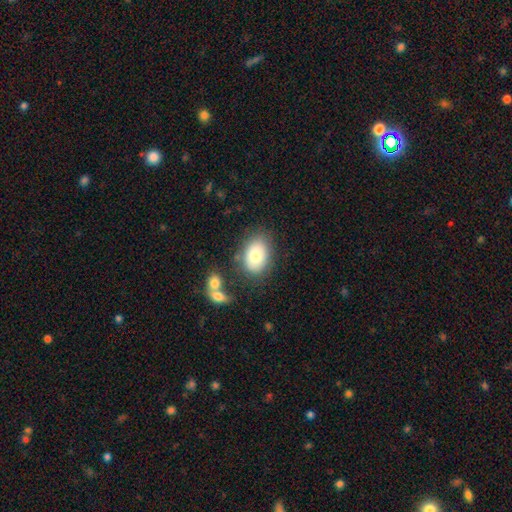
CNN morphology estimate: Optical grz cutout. It shows a smooth galaxy with no disk features (78%) that is in between round and cigar-shaped (82%). Merging: none (71%).